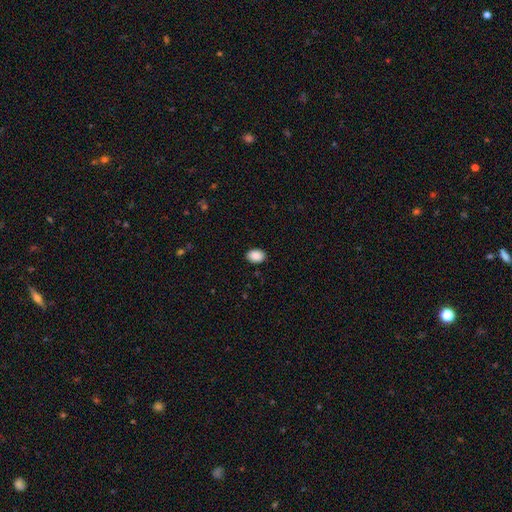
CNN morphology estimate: This appears to be a smooth galaxy with no disk features (90%) that is in between round and cigar-shaped (81%). Merging: none (89%).